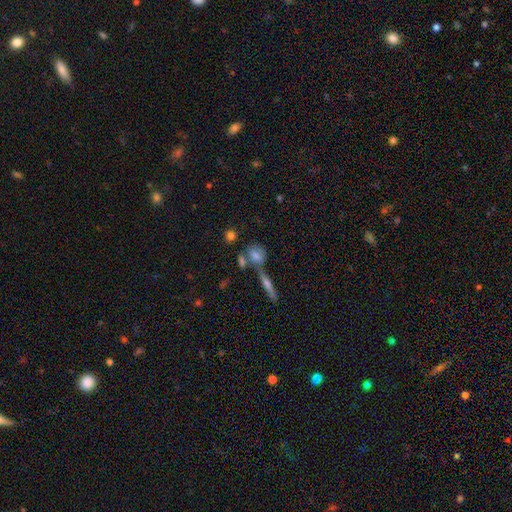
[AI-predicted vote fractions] Smooth or featured: smooth — 59% (featured or disk — 29%)
How rounded: in between — 46% (round — 42%)
Merging: none — 51% (merger — 29%)